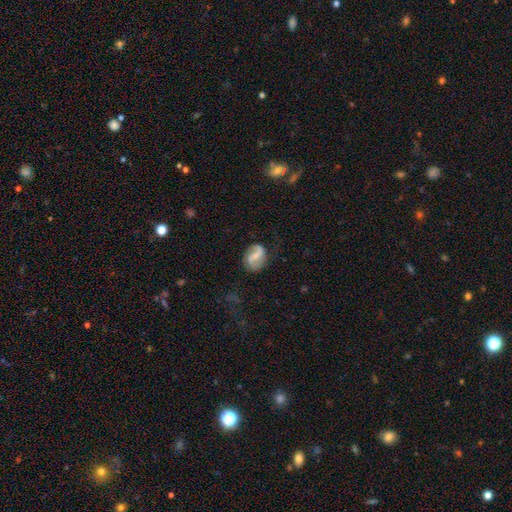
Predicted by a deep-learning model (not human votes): This appears to be a featured or disk galaxy (69%) with a weak bar (43%), 2 (87%) loose (46%) spiral arms (89%) and a small central bulge (41%). Merging: none (73%).